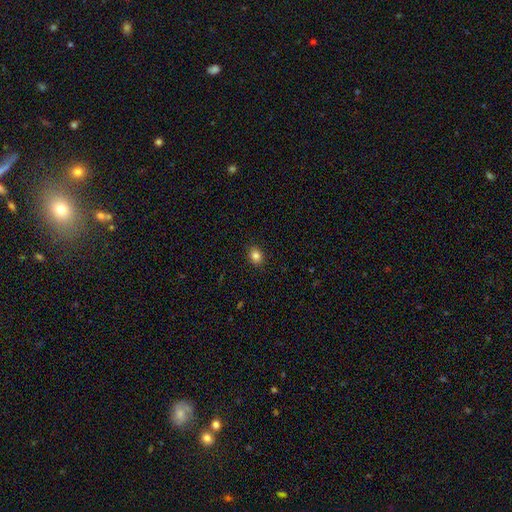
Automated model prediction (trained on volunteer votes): smooth_or_featured: smooth (p=0.83) [alt: star or artifact p=0.11]
how_rounded: round (p=0.51) [alt: in between p=0.48]
merging: none (p=0.90) [alt: minor disturbance p=0.07]